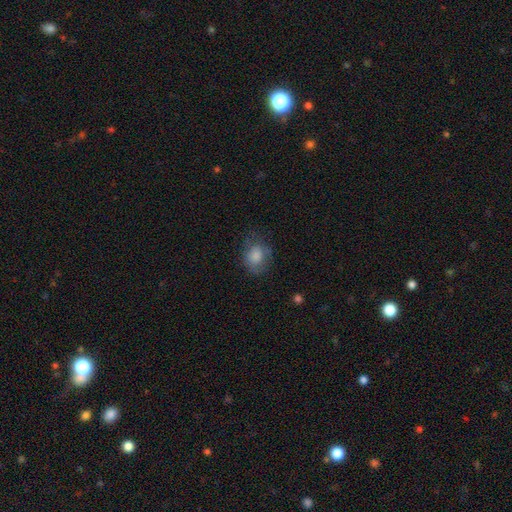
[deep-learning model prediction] Morphology: type=smooth (76%); roundness=round (54%); merging=none (57%).